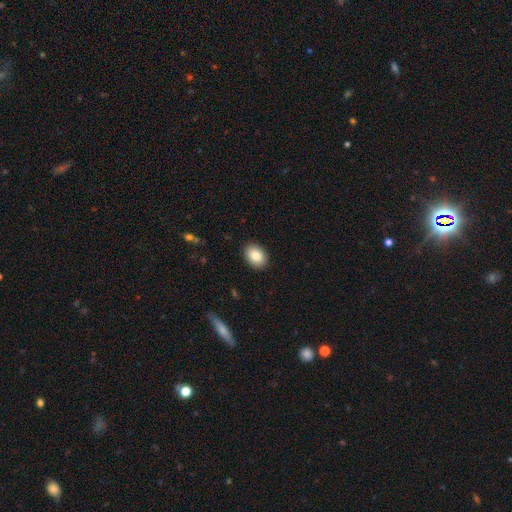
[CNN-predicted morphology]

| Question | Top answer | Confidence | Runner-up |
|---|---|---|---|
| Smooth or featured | smooth | 85% | star or artifact (8%) |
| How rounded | in between | 73% | round (26%) |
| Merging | none | 90% | minor disturbance (7%) |